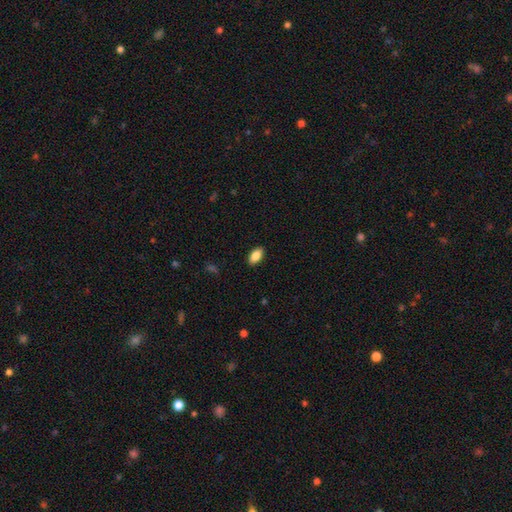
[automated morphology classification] This is clearly a smooth galaxy (88%). How rounded: clearly in between (92%). Merging: clearly none (89%).